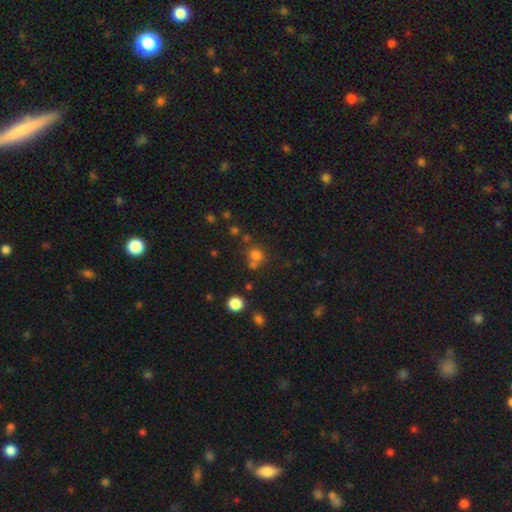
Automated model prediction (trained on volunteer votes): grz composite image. It shows a smooth galaxy with no disk features (73%) that is round (82%). Merging: none (58%).